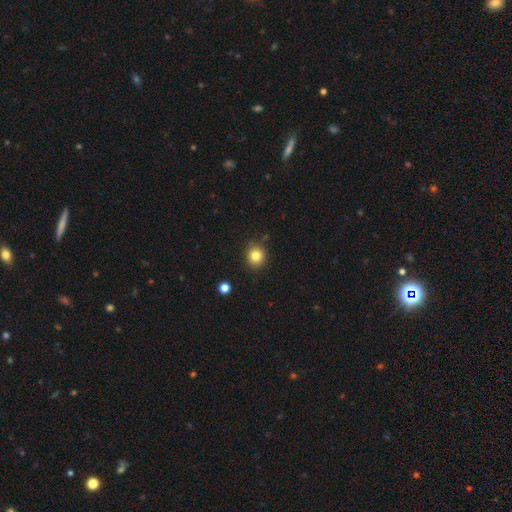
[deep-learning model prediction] Smooth or featured?
  - smooth: 82% *
  - star or artifact: 12%
  - featured or disk: 6%
How rounded?
  - round: 86% *
  - in between: 13%
  - cigar-shaped: 1%
Merging?
  - none: 87% *
  - minor disturbance: 9%
  - major disturbance: 2%
  - merger: 2%